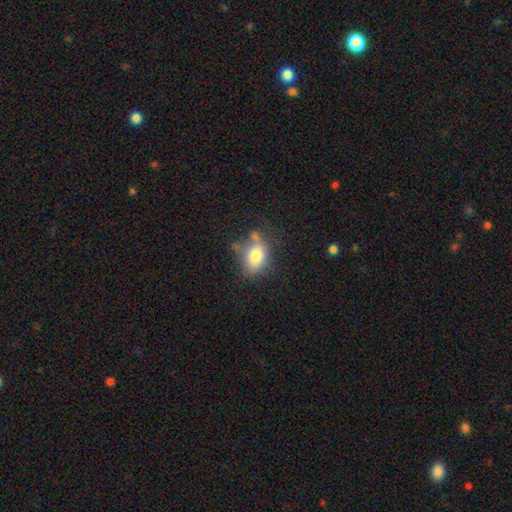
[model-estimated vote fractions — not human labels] smooth_or_featured: smooth (p=0.75) [alt: featured or disk p=0.15]
how_rounded: in between (p=0.74) [alt: round p=0.24]
merging: none (p=0.49) [alt: minor disturbance p=0.25]